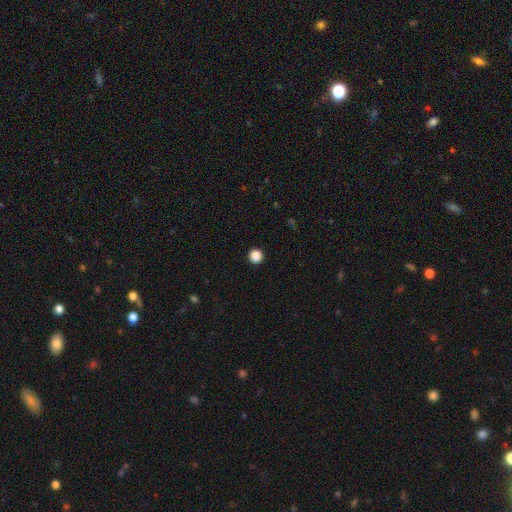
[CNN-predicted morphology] This is clearly a smooth galaxy (87%). How rounded: clearly round (96%). Merging: clearly none (94%).